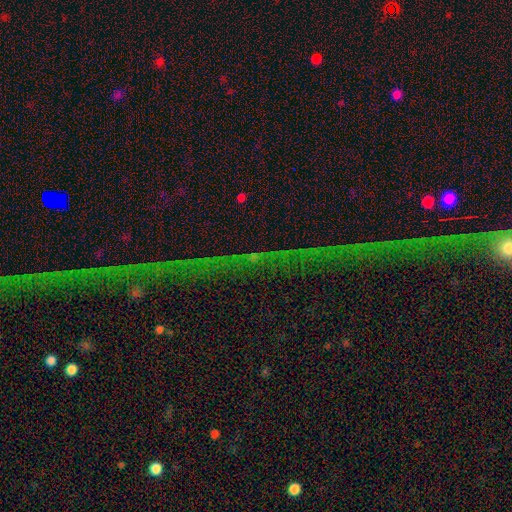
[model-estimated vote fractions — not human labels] Overall: star or artifact (70%).